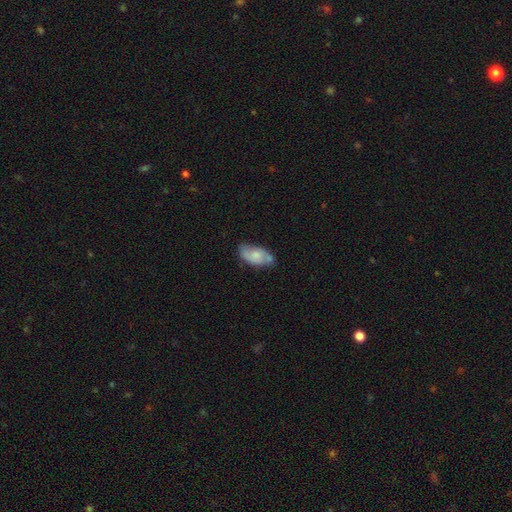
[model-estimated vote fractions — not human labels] smooth_or_featured: smooth (p=0.60) [alt: featured or disk p=0.33]
how_rounded: in between (p=0.92) [alt: cigar-shaped p=0.05]
merging: none (p=0.55) [alt: minor disturbance p=0.28]